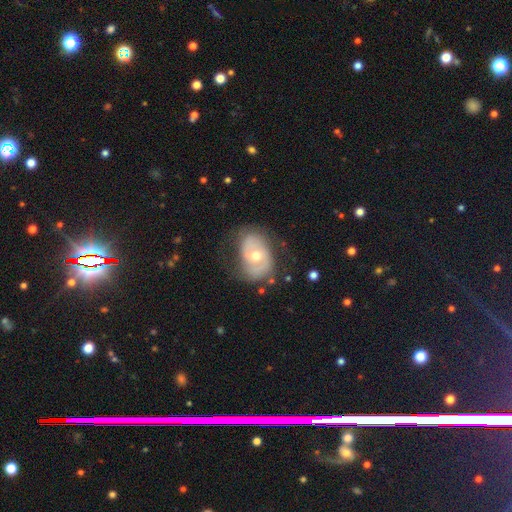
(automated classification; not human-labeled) Morphology: type=featured or disk (68%); edge-on=no (95%); bar=no (65%); spiral arms=yes (70%); bulge=moderate (69%); merging=none (61%).